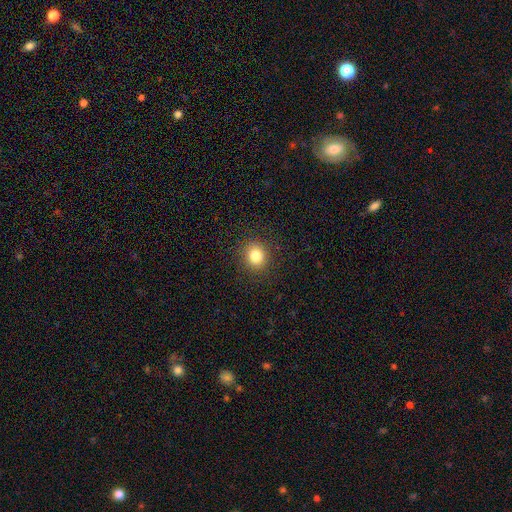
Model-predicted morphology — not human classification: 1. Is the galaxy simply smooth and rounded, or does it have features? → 83% smooth, 11% star or artifact, 6% featured or disk.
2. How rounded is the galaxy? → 82% round, 17% in between, 1% cigar-shaped.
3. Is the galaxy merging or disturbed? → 90% none, 7% minor disturbance, 2% major disturbance, 1% merger.